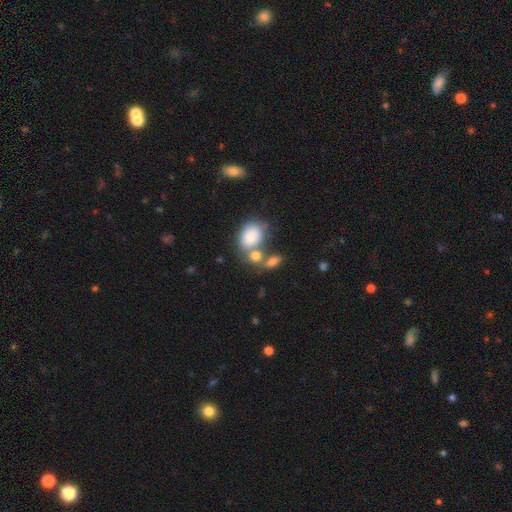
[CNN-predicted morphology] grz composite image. It shows a smooth galaxy with no disk features (77%) that is in between round and cigar-shaped (64%). Merging: merger (45%).